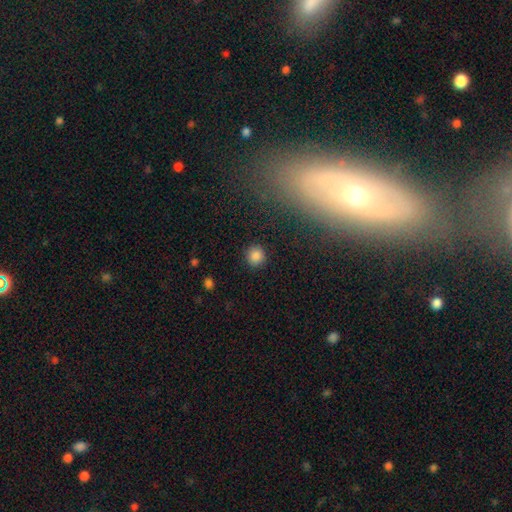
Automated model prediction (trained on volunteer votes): Smooth or featured: smooth — 85% (star or artifact — 11%)
How rounded: round — 93% (in between — 6%)
Merging: none — 90% (minor disturbance — 6%)